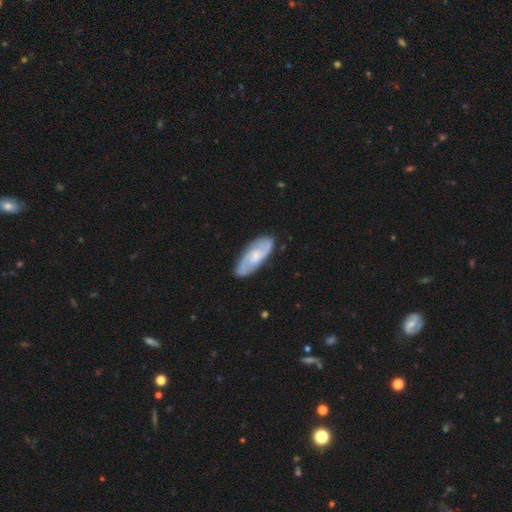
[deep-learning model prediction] This is likely a featured or disk galaxy (69%). It is clearly not viewed edge-on (91%). Bar: possibly no (55%). Spiral arm pattern: clearly yes (92%). Spiral arm count: likely 2 (69%). Spiral winding: possibly medium (46%). Central bulge: marginally small (44%). Merging: clearly none (83%).